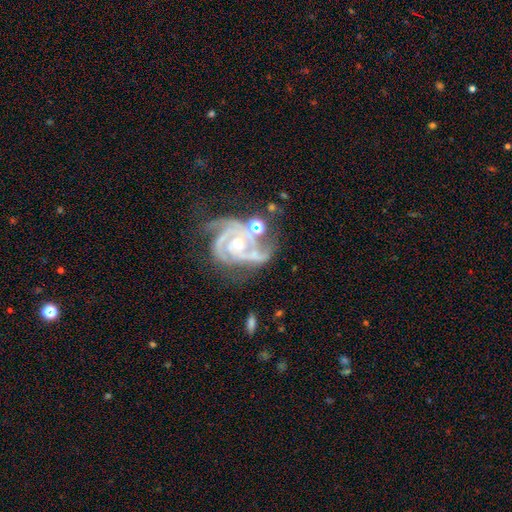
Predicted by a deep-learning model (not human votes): smooth_or_featured: featured or disk (p=0.88) [alt: star or artifact p=0.07]
disk_edge_on: no (p=0.98) [alt: yes p=0.02]
bar: no (p=0.62) [alt: weak p=0.28]
has_spiral_arms: yes (p=0.97) [alt: no p=0.03]
spiral_winding: tight (p=0.52) [alt: medium p=0.40]
spiral_arm_count: 3 (p=0.40) [alt: 2 p=0.31]
bulge_size: moderate (p=0.55) [alt: small p=0.39]
merging: none (p=0.41) [alt: minor disturbance p=0.24]